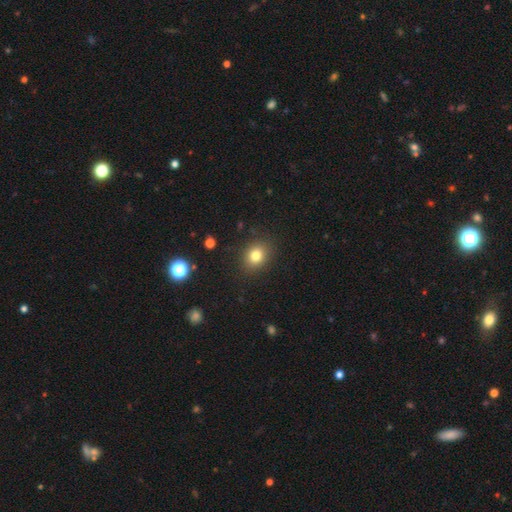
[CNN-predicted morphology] This appears to be a smooth galaxy with no disk features (80%) that is round (53%). Merging: none (87%).